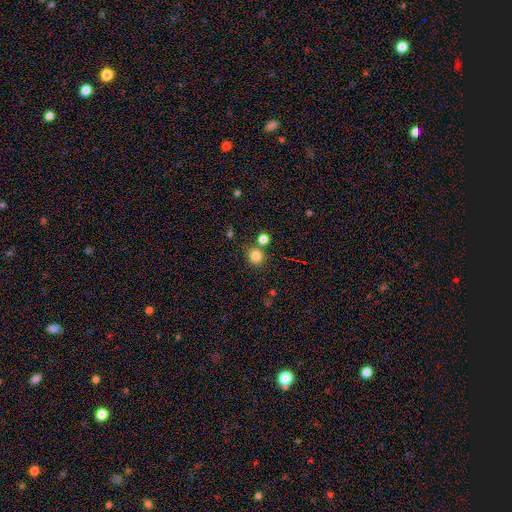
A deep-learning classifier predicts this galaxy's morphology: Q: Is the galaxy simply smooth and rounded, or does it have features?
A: smooth — 82%.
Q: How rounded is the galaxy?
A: round — 85%.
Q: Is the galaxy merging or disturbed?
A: none — 71%.